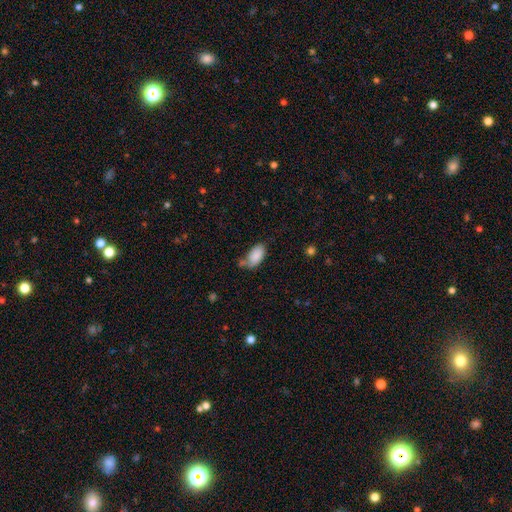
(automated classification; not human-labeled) Overall: smooth (86%). How rounded: in between (94%). Merging: none (47%; minor disturbance 27%).